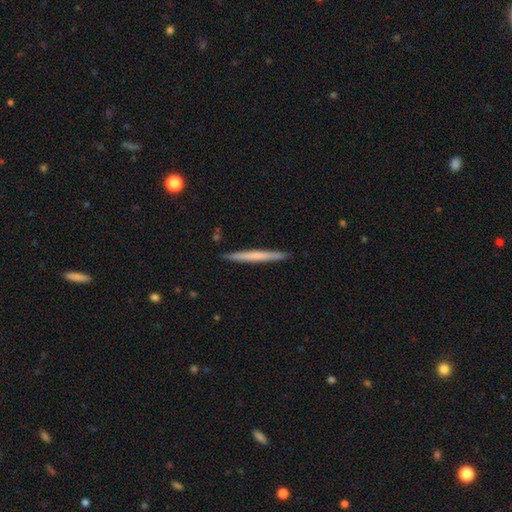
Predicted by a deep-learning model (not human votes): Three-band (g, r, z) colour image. It shows a smooth galaxy with no disk features (56%) that is cigar-shaped (97%). Merging: none (91%).